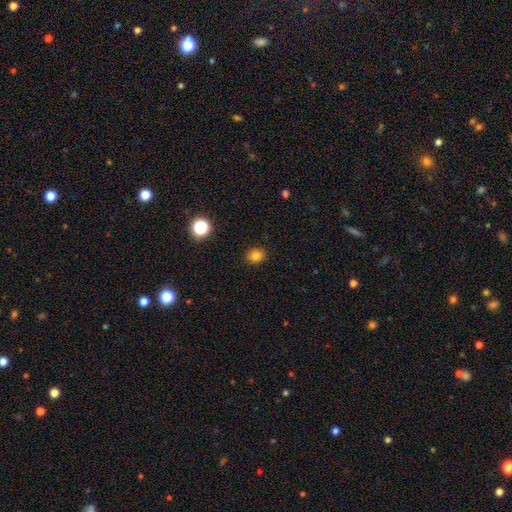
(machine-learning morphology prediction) Smooth or featured? smooth (81%)
How rounded? round (63%)
Merging? none (89%)